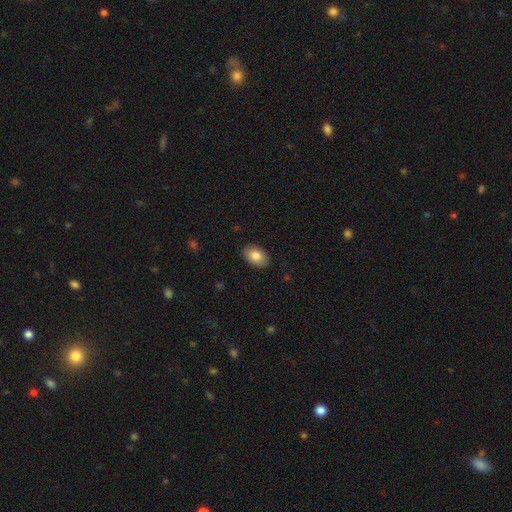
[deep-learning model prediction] Smooth or featured? smooth (83%)
How rounded? in between (90%)
Merging? none (88%)